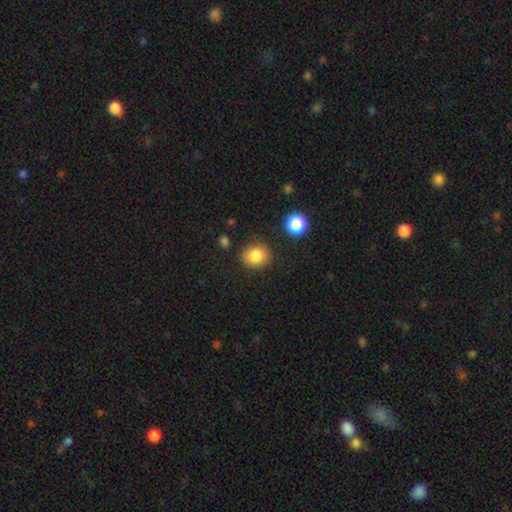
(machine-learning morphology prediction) type=smooth (85%); roundness=round (69%); merging=none (83%).